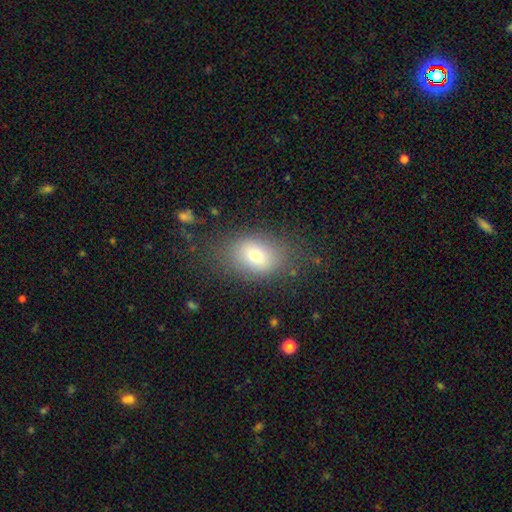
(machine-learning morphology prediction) Overall: smooth (73%). How rounded: in between (77%). Merging: none (73%).